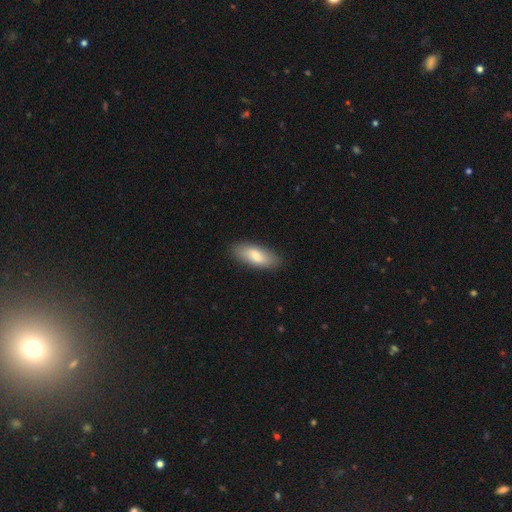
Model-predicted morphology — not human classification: Smooth or featured? smooth (78%)
How rounded? in between (78%)
Merging? none (86%)